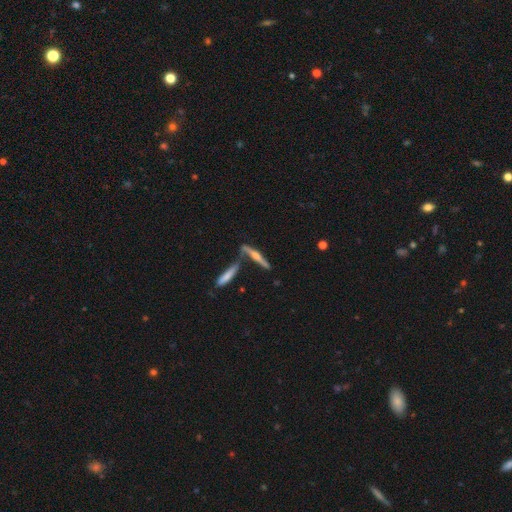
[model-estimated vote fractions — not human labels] This is likely a featured or disk galaxy (65%). It is clearly viewed edge-on (94%). Edge-on bulge: likely rounded (79%). Merging: possibly none (58%).